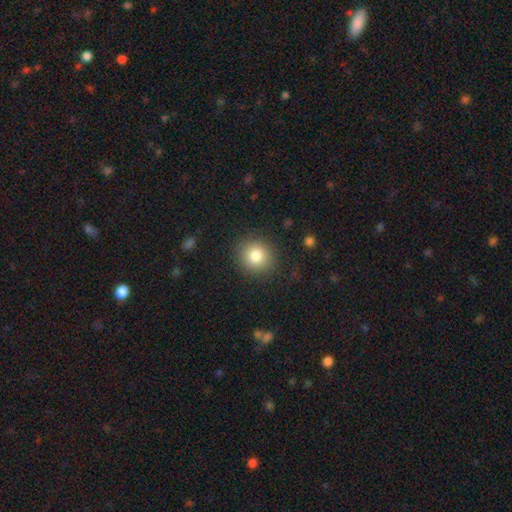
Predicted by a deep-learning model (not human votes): A smooth galaxy with no disk features (82%) that is round (86%).

Vote fractions:
- Smooth or featured? smooth: 82% / star or artifact: 10% / featured or disk: 8%
- How rounded? round: 86% / in between: 13% / cigar-shaped: 1%
- Merging? none: 88% / minor disturbance: 8% / major disturbance: 3% / merger: 1%